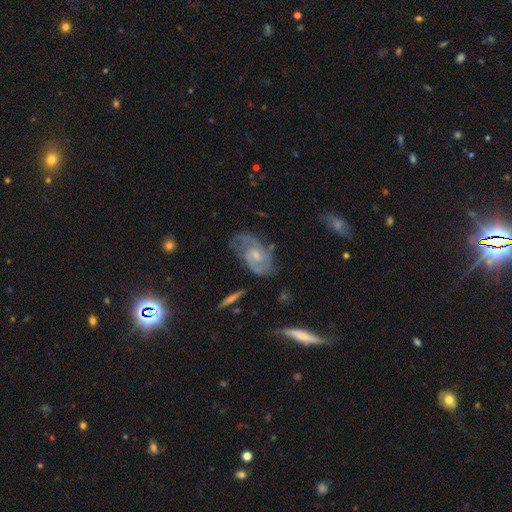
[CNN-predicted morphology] A featured or disk galaxy (84%) with no bar (52%), 2 (62%) medium (48%) spiral arms (95%) and a small central bulge (57%). Merging: none (63%).